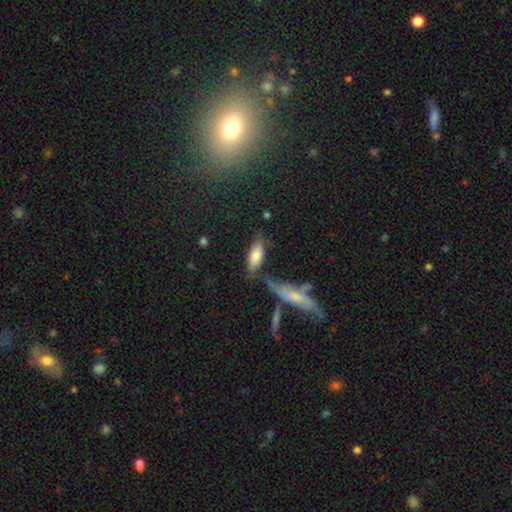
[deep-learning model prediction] A smooth galaxy with no disk features (74%) that is in between round and cigar-shaped (72%). Merging: none (56%).